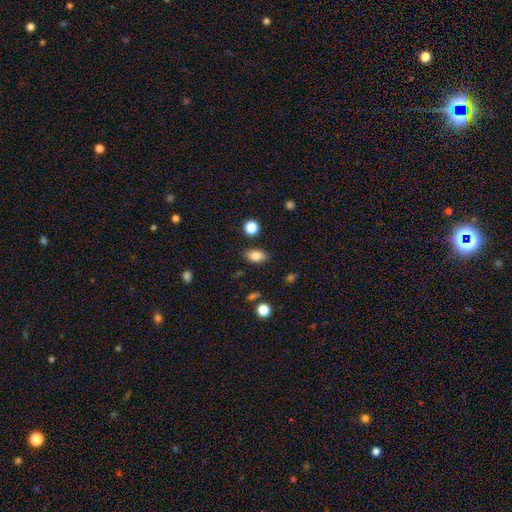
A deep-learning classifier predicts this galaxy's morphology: This appears to be a smooth galaxy with no disk features (82%) that is in between round and cigar-shaped (85%). Merging: none (85%).